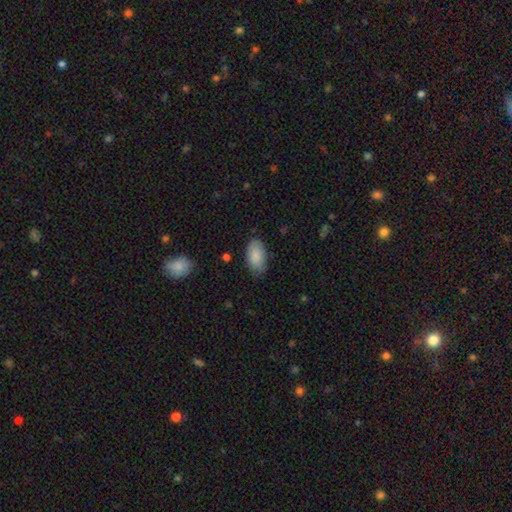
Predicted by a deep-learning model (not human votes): smooth 87%, featured or disk 7%, star or artifact 6%. Down the decision tree: how rounded — in between (94%); merging — none (75%).